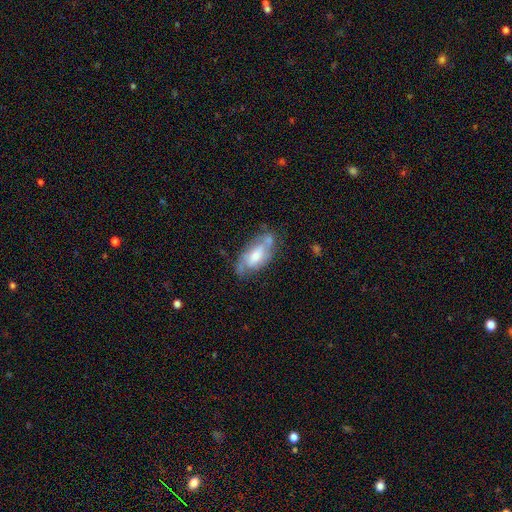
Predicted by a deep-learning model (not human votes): A featured or disk galaxy (53%).

Vote fractions:
- Smooth or featured? featured or disk: 53% / smooth: 41% / star or artifact: 6%
- Edge-on disk? no: 86% / yes: 14%
- Merging? none: 50% / minor disturbance: 28% / major disturbance: 11% / merger: 10%